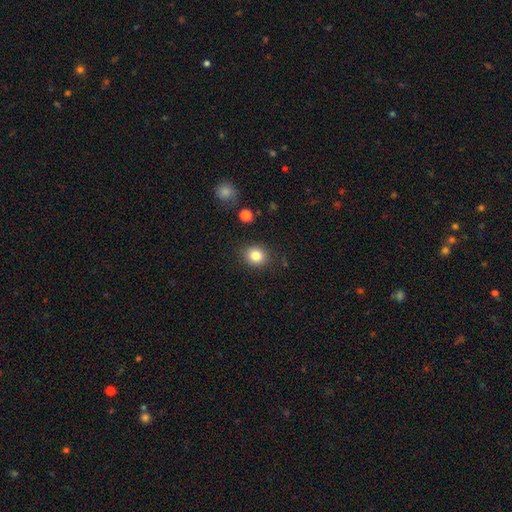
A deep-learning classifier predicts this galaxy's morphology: type=smooth (83%); roundness=round (77%); merging=none (87%).